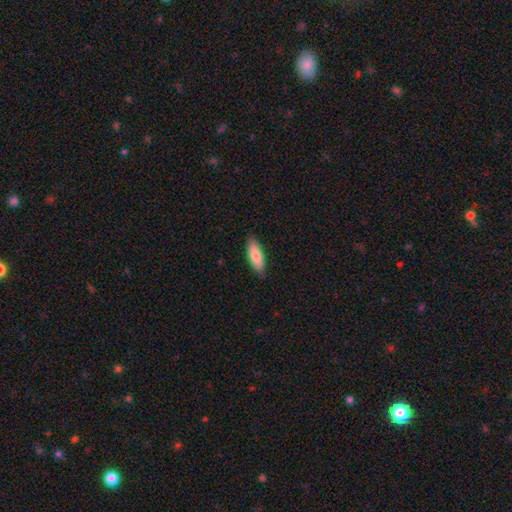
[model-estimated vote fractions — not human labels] Smooth or featured?
  - smooth: 79% *
  - featured or disk: 16%
  - star or artifact: 6%
How rounded?
  - in between: 72% *
  - cigar-shaped: 27%
  - round: 2%
Merging?
  - none: 85% *
  - minor disturbance: 12%
  - major disturbance: 2%
  - merger: 1%